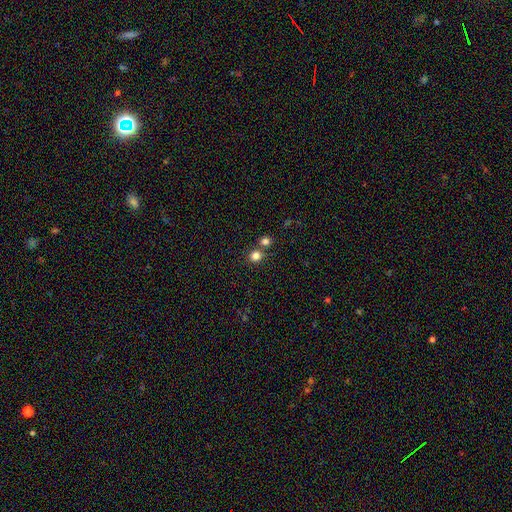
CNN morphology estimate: Q: Smooth or featured?
A: smooth (81%); runner-up: star or artifact (14%)
Q: How rounded?
A: round (86%); runner-up: in between (13%)
Q: Merging?
A: none (70%); runner-up: merger (21%)